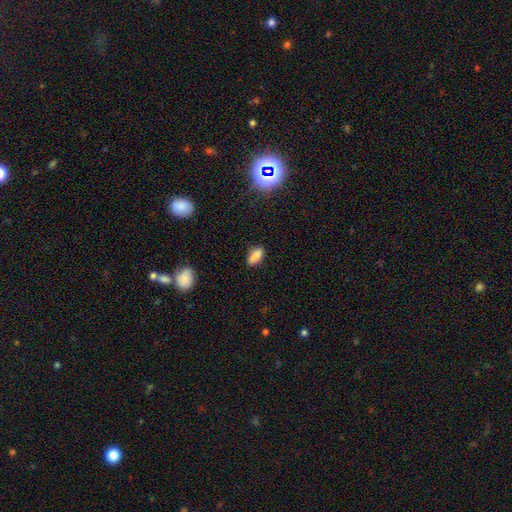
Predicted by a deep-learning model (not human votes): Smooth or featured? Predicted: smooth (p=0.81). How rounded? Predicted: in between (p=0.85). Merging? Predicted: none (p=0.83).